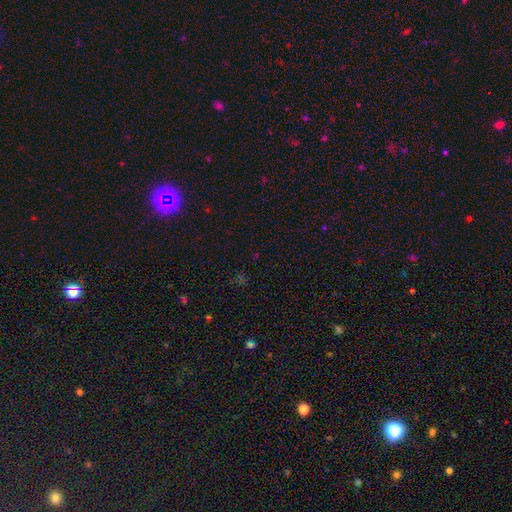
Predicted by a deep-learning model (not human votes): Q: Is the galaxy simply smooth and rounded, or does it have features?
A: star or artifact — 66%.